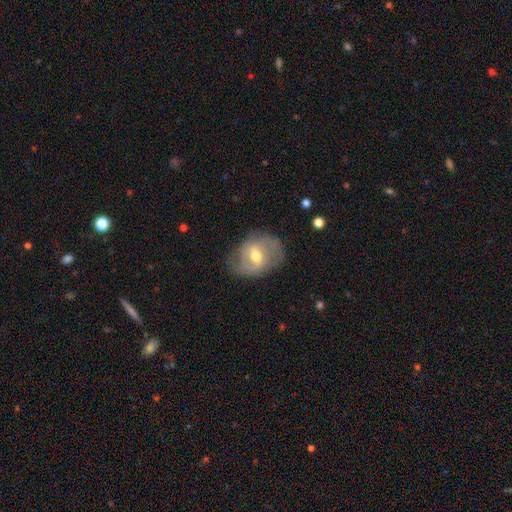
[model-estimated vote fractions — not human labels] Smooth or featured?
  - featured or disk: 69% *
  - smooth: 25%
  - star or artifact: 6%
Edge-on disk?
  - no: 95% *
  - yes: 5%
Bar?
  - weak: 50% *
  - no: 26%
  - strong: 23%
Spiral arms?
  - yes: 71% *
  - no: 29%
Bulge size?
  - moderate: 76% *
  - small: 16%
  - large: 6%
  - none: 1%
  - dominant: 1%
Merging?
  - none: 69% *
  - minor disturbance: 21%
  - major disturbance: 9%
  - merger: 1%